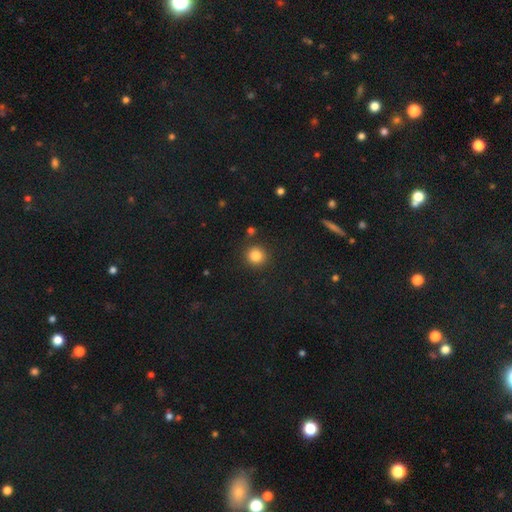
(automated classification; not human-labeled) The model was most divided on "smooth or featured": smooth: 84%, star or artifact: 11%, featured or disk: 5%. More confident: how rounded — round (93%); merging — none (88%).